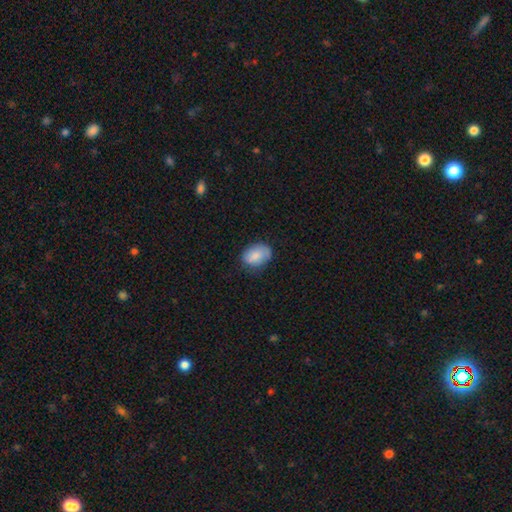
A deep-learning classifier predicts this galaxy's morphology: This appears to be a smooth galaxy with no disk features (80%) that is in between round and cigar-shaped (79%). Merging: none (69%).